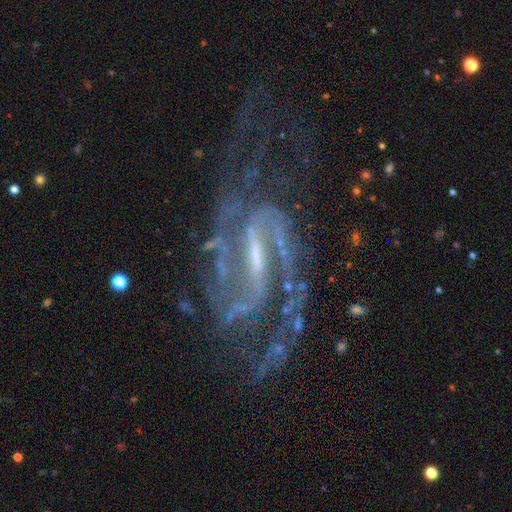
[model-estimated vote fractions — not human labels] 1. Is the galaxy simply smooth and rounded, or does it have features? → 90% featured or disk, 6% star or artifact, 3% smooth.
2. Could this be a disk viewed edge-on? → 96% no, 4% yes.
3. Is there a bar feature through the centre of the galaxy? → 64% strong, 28% weak, 8% no.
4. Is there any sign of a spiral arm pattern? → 96% yes, 4% no.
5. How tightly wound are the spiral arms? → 49% medium, 28% loose, 22% tight.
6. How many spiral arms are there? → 76% 2, 8% can't tell, 5% 3, 4% 1, 4% 4, 3% more than 4.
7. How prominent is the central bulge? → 51% small, 28% moderate, 16% none, 3% large, 1% dominant.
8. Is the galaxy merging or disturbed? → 52% none, 26% major disturbance, 18% minor disturbance, 4% merger.